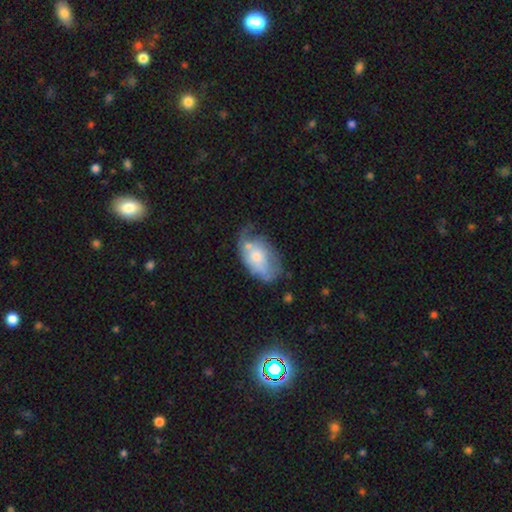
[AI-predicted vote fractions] This is possibly a smooth galaxy (50%). How rounded: clearly in between (91%). Merging: marginally none (37%).